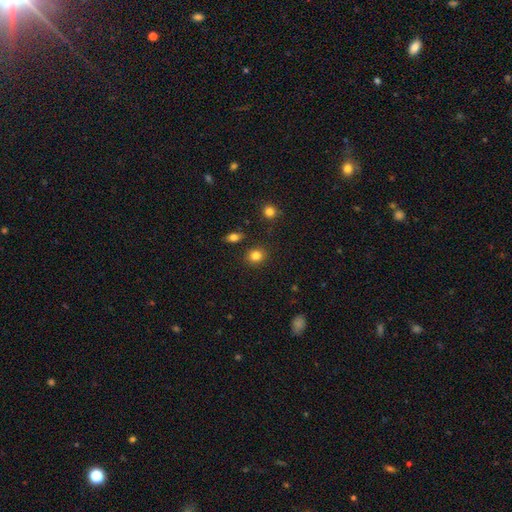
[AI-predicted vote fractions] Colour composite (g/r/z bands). It shows a smooth galaxy with no disk features (83%) that is round (82%). Merging: none (86%).